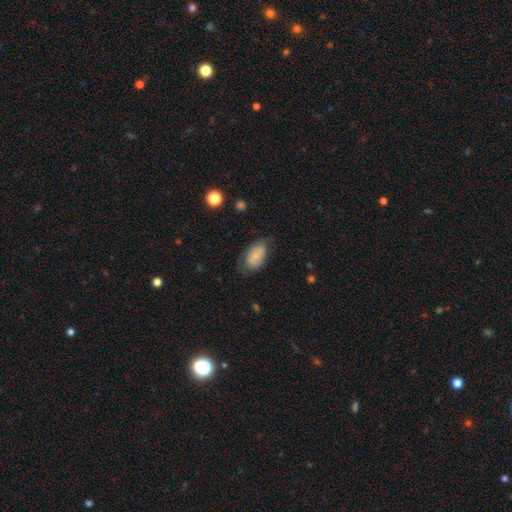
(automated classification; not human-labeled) smooth-or-featured: smooth: 67% | featured or disk: 25% | star or artifact: 7%
  how-rounded: in between: 91% | round: 7% | cigar-shaped: 2%
  merging: none: 56% | minor disturbance: 30% | major disturbance: 11% | merger: 2%